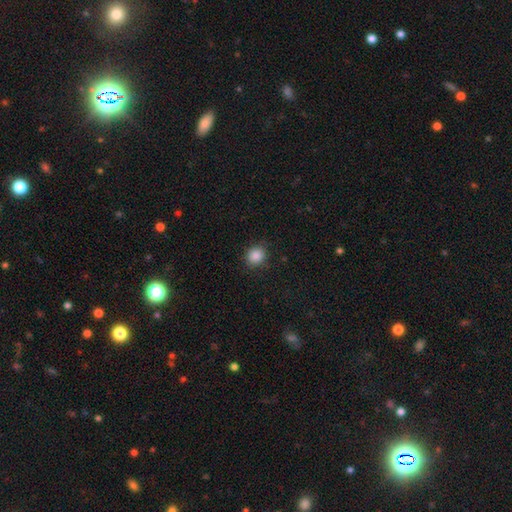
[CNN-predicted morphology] smooth-or-featured: smooth: 87% | star or artifact: 9% | featured or disk: 3%
  how-rounded: round: 75% | in between: 24% | cigar-shaped: 1%
  merging: none: 86% | minor disturbance: 10% | major disturbance: 3% | merger: 1%